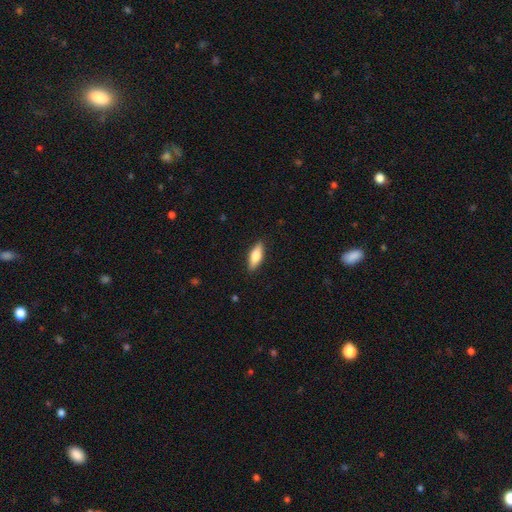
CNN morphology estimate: This is likely a smooth galaxy (64%). How rounded: possibly in between (60%). Merging: clearly none (88%).